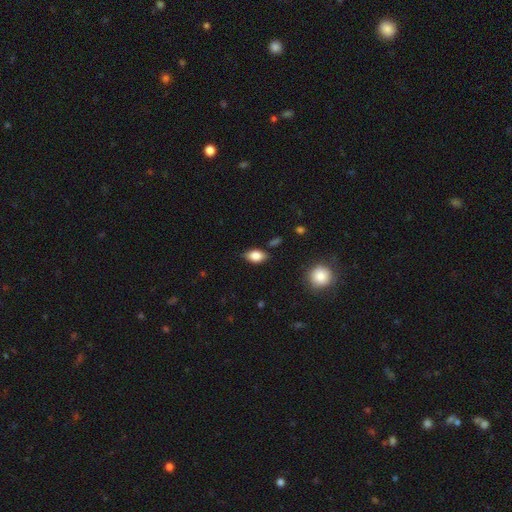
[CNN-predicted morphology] Smooth or featured? smooth (78%)
How rounded? in between (86%)
Merging? none (78%)